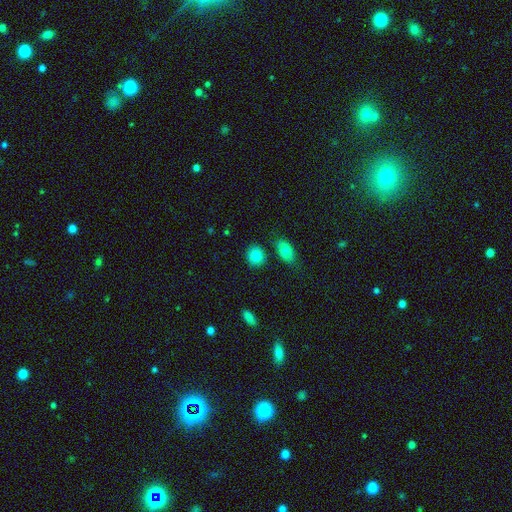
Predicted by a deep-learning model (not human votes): Morphology: type=smooth (85%); roundness=round (72%); merging=none (82%).